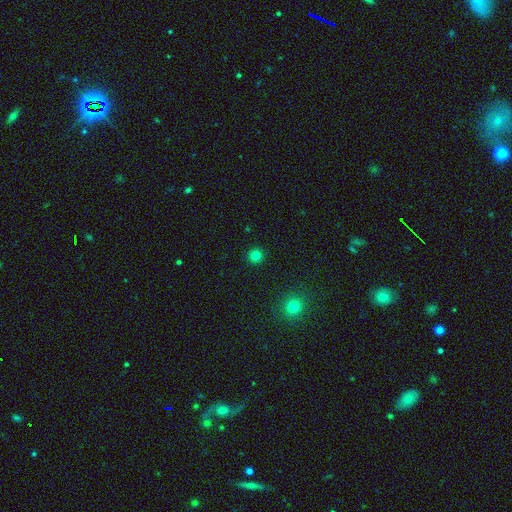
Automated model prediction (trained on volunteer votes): Smooth or featured? smooth (80%)
How rounded? round (94%)
Merging? none (92%)